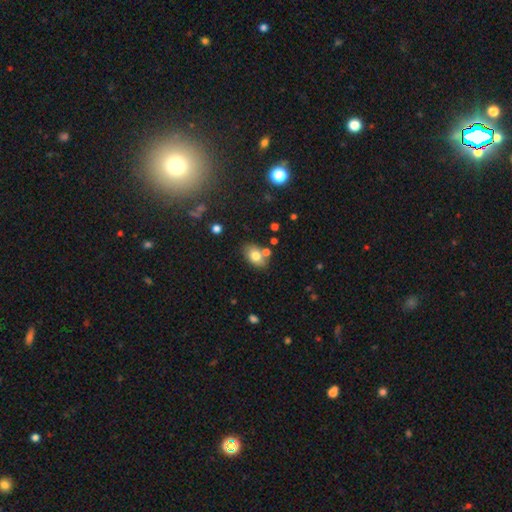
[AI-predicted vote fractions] smooth_or_featured: smooth (p=0.77) [alt: featured or disk p=0.14]
how_rounded: in between (p=0.82) [alt: round p=0.17]
merging: none (p=0.69) [alt: merger p=0.14]